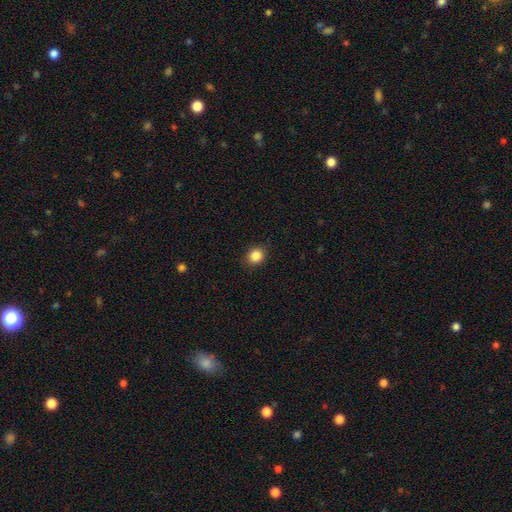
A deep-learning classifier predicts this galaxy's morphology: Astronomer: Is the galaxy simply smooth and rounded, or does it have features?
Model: smooth — 86%.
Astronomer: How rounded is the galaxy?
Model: round — 76%.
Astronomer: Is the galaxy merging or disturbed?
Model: none — 89%.